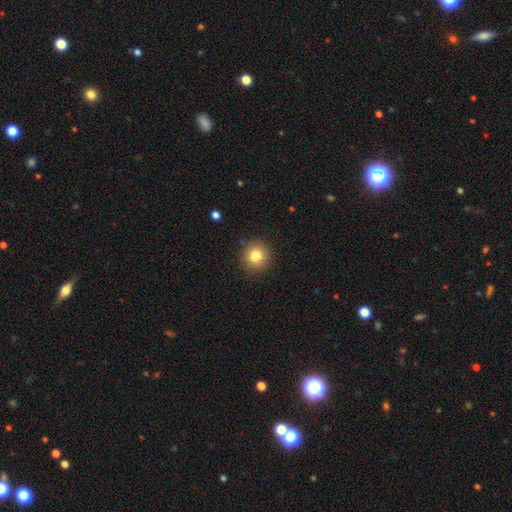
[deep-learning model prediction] Smooth or featured? smooth (82%)
How rounded? round (94%)
Merging? none (90%)